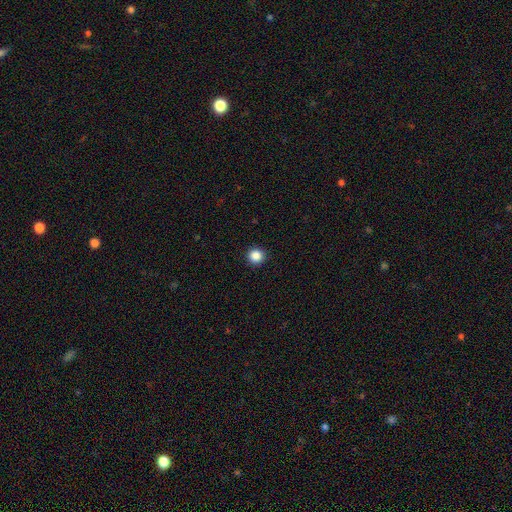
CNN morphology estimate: Smooth or featured?
  - smooth: 87% *
  - star or artifact: 11%
  - featured or disk: 3%
How rounded?
  - round: 95% *
  - in between: 4%
  - cigar-shaped: 1%
Merging?
  - none: 93% *
  - minor disturbance: 4%
  - major disturbance: 2%
  - merger: 1%